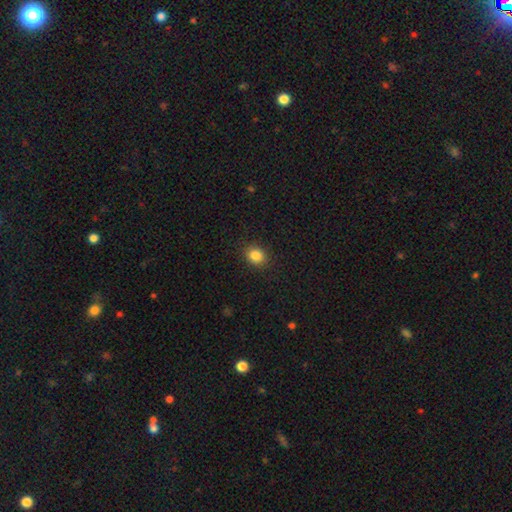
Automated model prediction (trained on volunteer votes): This is clearly a smooth galaxy (84%). How rounded: likely round (64%). Merging: clearly none (89%).